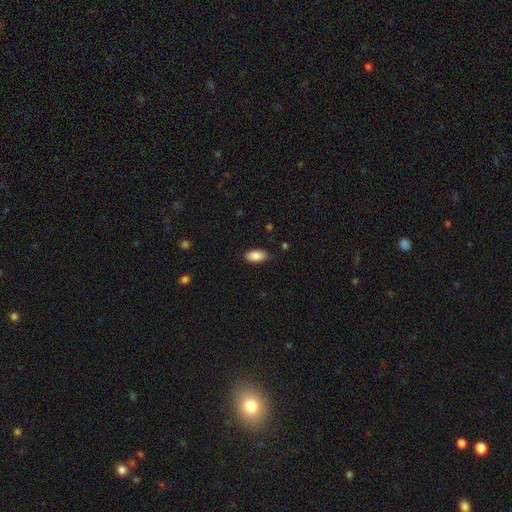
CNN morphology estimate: Q: Smooth or featured?
A: smooth (86%); runner-up: star or artifact (7%)
Q: How rounded?
A: in between (93%); runner-up: cigar-shaped (4%)
Q: Merging?
A: none (83%); runner-up: minor disturbance (13%)